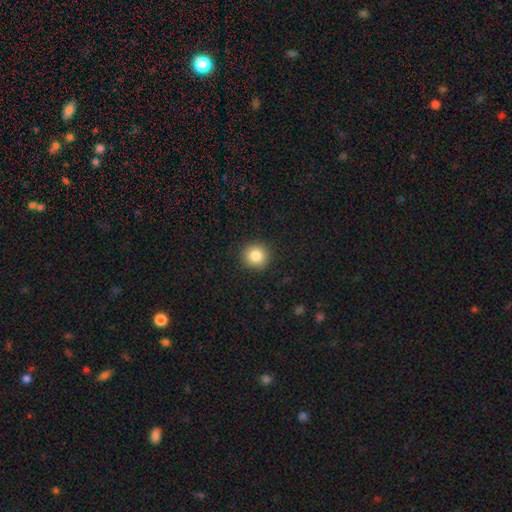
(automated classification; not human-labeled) smooth 84%, star or artifact 10%, featured or disk 6%. Down the decision tree: how rounded — round (93%); merging — none (91%).